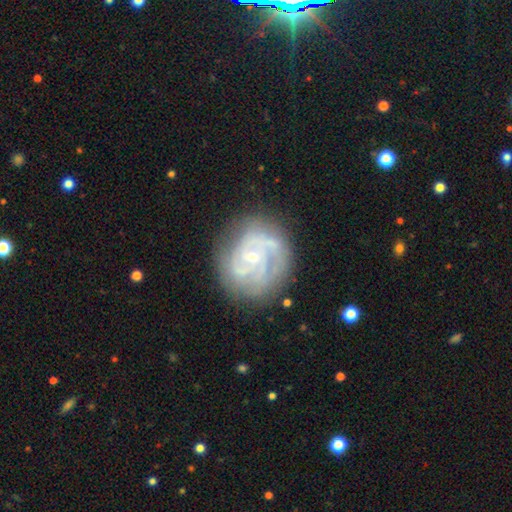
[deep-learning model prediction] The model was most divided on "spiral arm count": can't tell: 31%, 2: 29%, 3: 22%, 4: 8%, 1: 6%, more than 4: 5%. More confident: edge-on disk — no (98%); spiral arms — yes (90%); smooth or featured — featured or disk (80%); bulge size — small (73%); merging — none (72%); bar — no (67%); spiral winding — tight (59%).